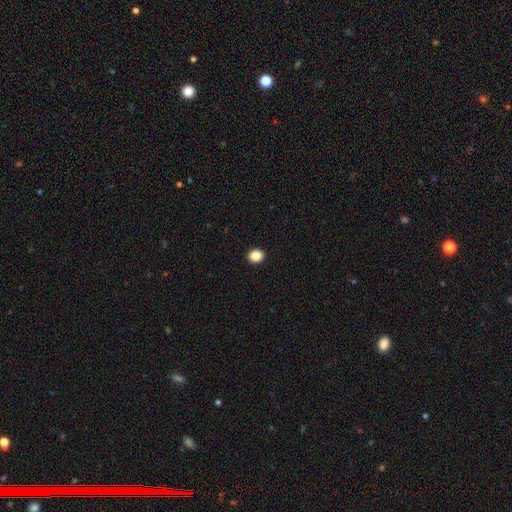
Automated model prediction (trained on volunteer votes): The model was most divided on "how rounded": round: 73%, in between: 26%, cigar-shaped: 1%. More confident: merging — none (93%); smooth or featured — smooth (87%).